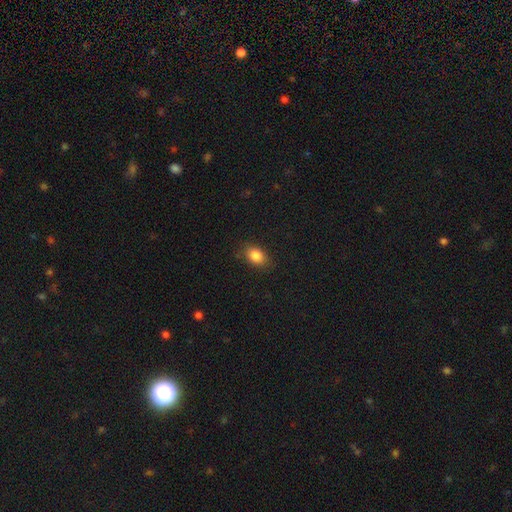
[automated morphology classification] This is clearly a smooth galaxy (86%). How rounded: likely in between (79%). Merging: clearly none (83%).